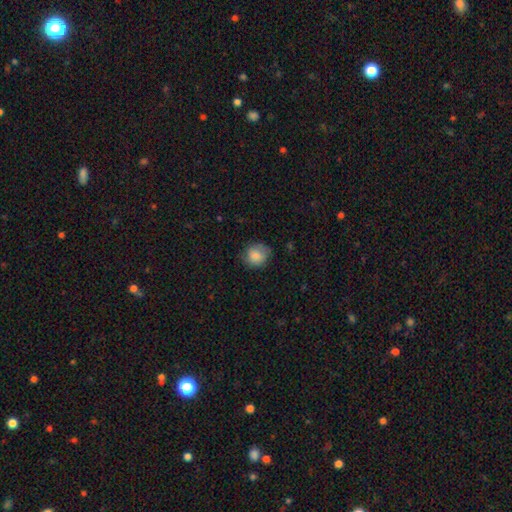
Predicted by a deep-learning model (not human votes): A smooth galaxy with no disk features (81%) that is round (77%). Merging: none (72%).